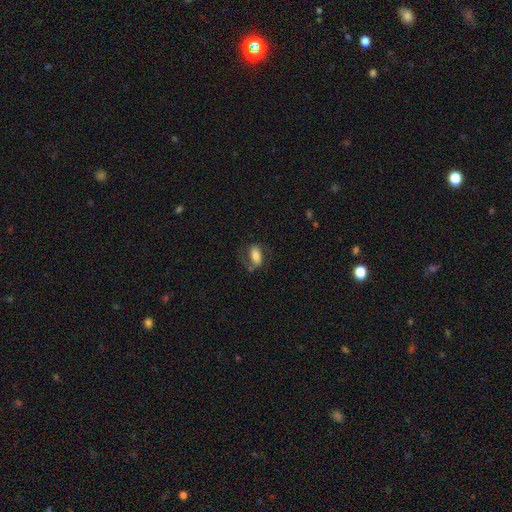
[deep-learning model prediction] Smooth or featured?
  - smooth: 61% *
  - featured or disk: 31%
  - star or artifact: 8%
How rounded?
  - in between: 84% *
  - cigar-shaped: 10%
  - round: 6%
Merging?
  - none: 59% *
  - minor disturbance: 22%
  - major disturbance: 17%
  - merger: 3%